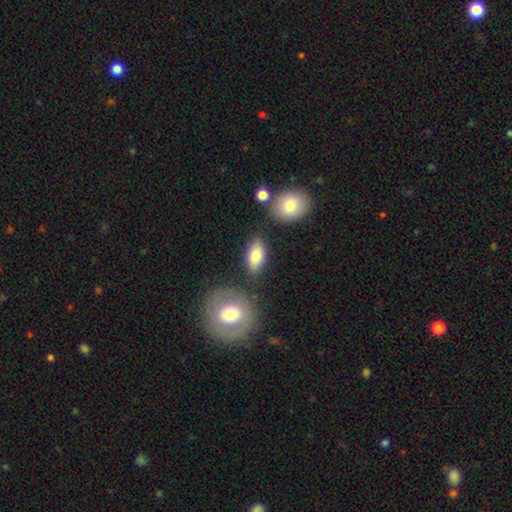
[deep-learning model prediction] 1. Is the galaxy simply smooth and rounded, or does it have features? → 82% smooth, 11% featured or disk, 7% star or artifact.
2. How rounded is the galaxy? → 91% in between, 5% cigar-shaped, 5% round.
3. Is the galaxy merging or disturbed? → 78% none, 13% minor disturbance, 5% merger, 4% major disturbance.